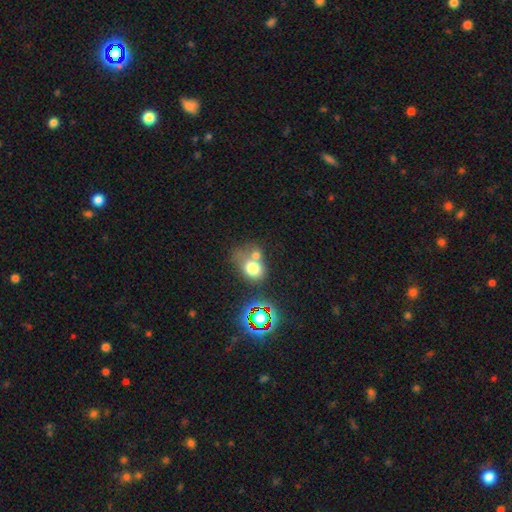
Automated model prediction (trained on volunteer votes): Smooth or featured?
  - smooth: 69% *
  - featured or disk: 16%
  - star or artifact: 15%
How rounded?
  - round: 53% *
  - in between: 46%
  - cigar-shaped: 1%
Merging?
  - merger: 48% *
  - none: 32%
  - minor disturbance: 12%
  - major disturbance: 8%